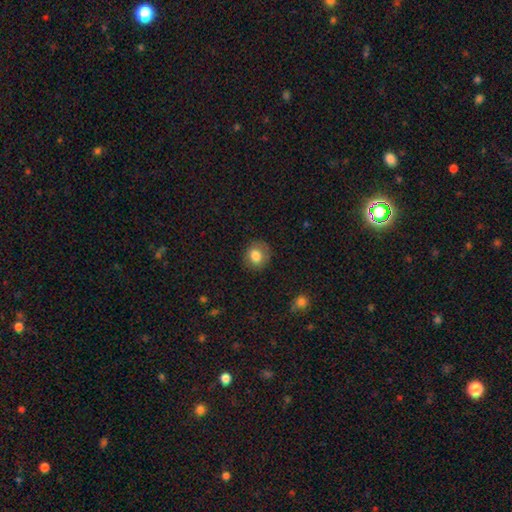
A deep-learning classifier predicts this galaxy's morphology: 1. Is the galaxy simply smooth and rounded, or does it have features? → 81% smooth, 10% featured or disk, 9% star or artifact.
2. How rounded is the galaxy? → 74% round, 25% in between, 1% cigar-shaped.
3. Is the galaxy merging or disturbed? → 85% none, 11% minor disturbance, 3% major disturbance, 1% merger.